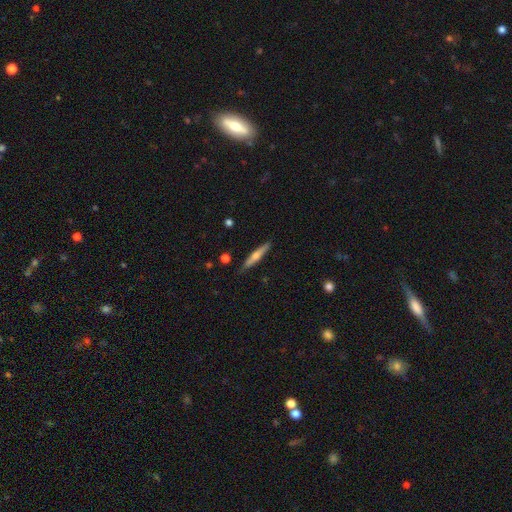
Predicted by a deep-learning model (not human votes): Smooth or featured? featured or disk (49%)
Merging? none (87%)